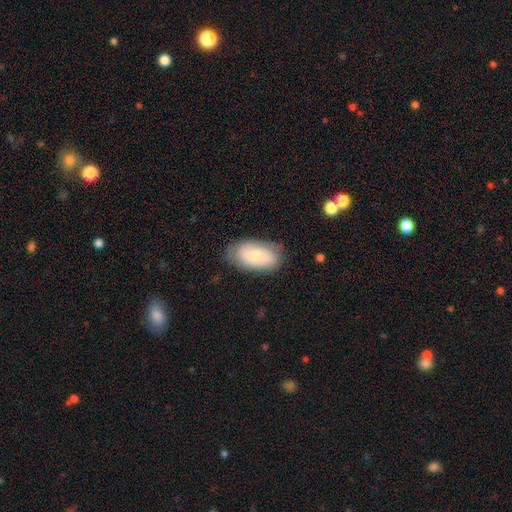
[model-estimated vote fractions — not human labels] smooth_or_featured: smooth (p=0.62) [alt: featured or disk p=0.31]
how_rounded: in between (p=0.94) [alt: round p=0.04]
merging: none (p=0.73) [alt: minor disturbance p=0.20]